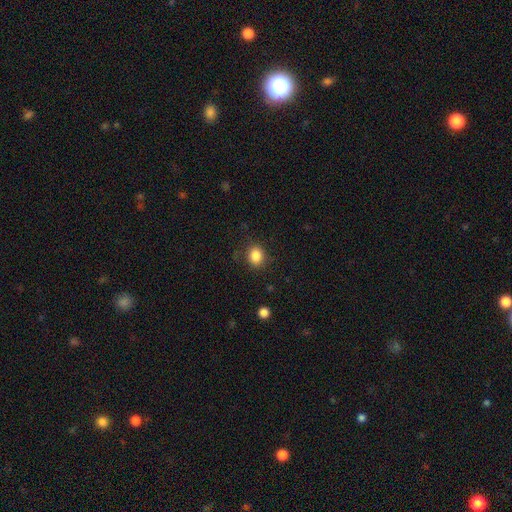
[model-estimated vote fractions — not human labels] Smooth or featured? smooth (85%)
How rounded? round (64%)
Merging? none (83%)